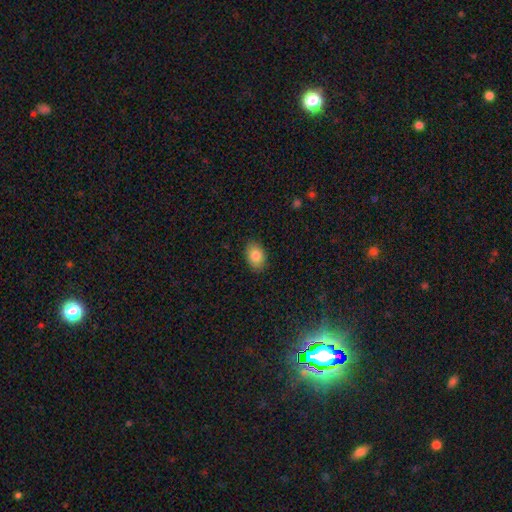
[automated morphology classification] Q: Smooth or featured?
A: smooth (83%); runner-up: featured or disk (9%)
Q: How rounded?
A: in between (82%); runner-up: round (17%)
Q: Merging?
A: none (88%); runner-up: minor disturbance (9%)